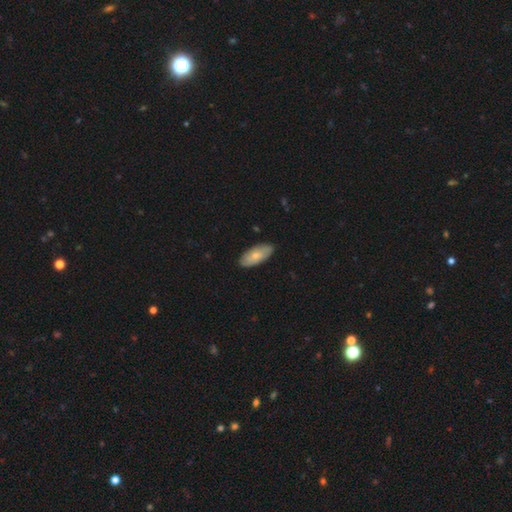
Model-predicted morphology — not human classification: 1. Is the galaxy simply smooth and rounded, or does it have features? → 71% smooth, 24% featured or disk, 5% star or artifact.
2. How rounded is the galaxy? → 89% in between, 9% cigar-shaped, 2% round.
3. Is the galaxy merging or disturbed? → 86% none, 11% minor disturbance, 2% major disturbance, 1% merger.